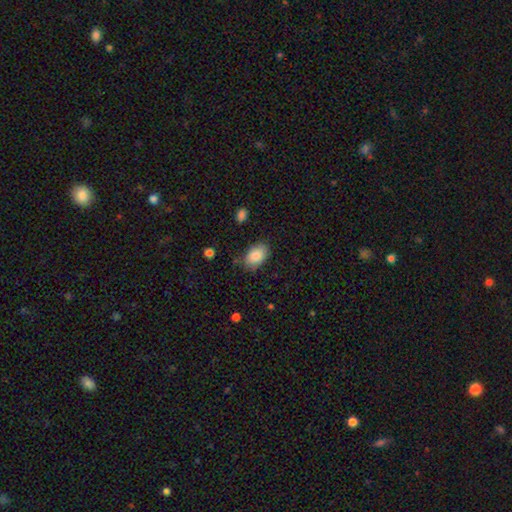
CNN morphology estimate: This is clearly a smooth galaxy (86%). How rounded: clearly in between (89%). Merging: likely none (79%).